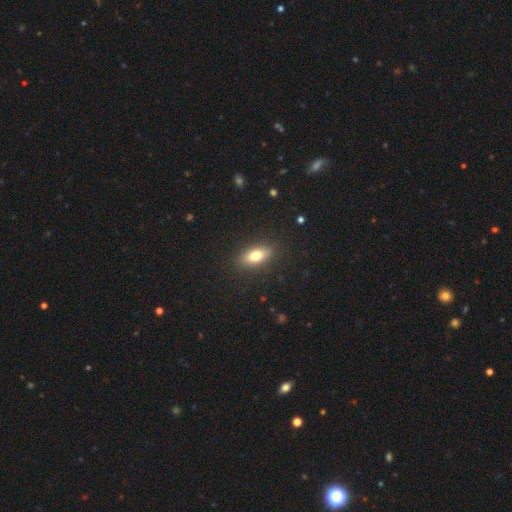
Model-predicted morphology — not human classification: Smooth or featured: smooth — 75% (featured or disk — 17%)
How rounded: in between — 82% (cigar-shaped — 13%)
Merging: none — 87% (minor disturbance — 9%)